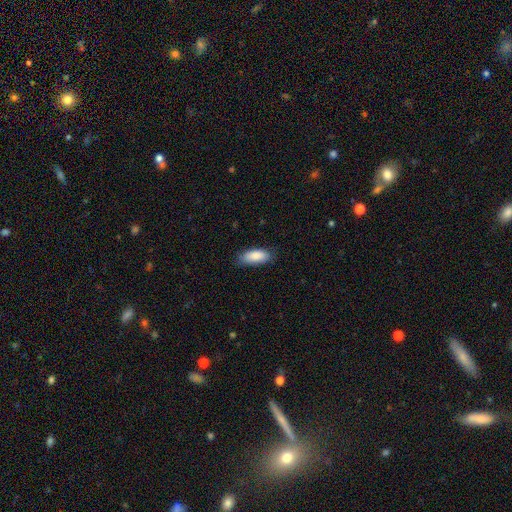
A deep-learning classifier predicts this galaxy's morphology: smooth_or_featured: smooth (p=0.87) [alt: featured or disk p=0.07]
how_rounded: in between (p=0.84) [alt: cigar-shaped p=0.14]
merging: none (p=0.77) [alt: minor disturbance p=0.19]